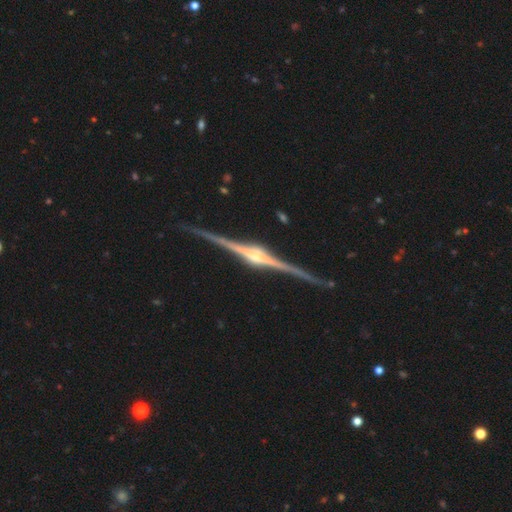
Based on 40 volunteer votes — This is clearly a featured or disk galaxy (98%). It is clearly viewed edge-on (100%). Edge-on bulge: clearly rounded (97%). Merging: clearly none (97%).